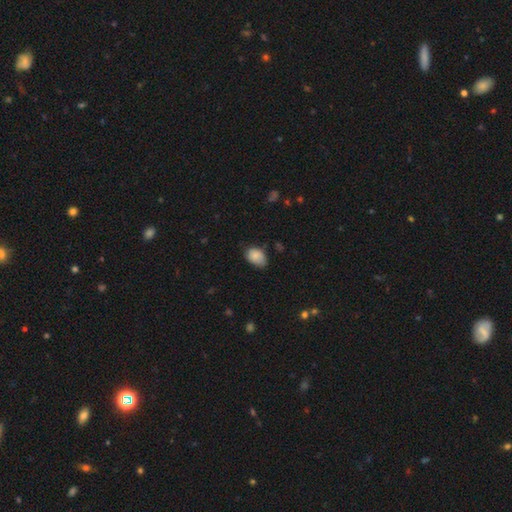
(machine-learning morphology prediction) The model was most divided on "merging": none: 63%, minor disturbance: 31%, major disturbance: 5%, merger: 2%. More confident: smooth or featured — smooth (85%); how rounded — in between (83%).